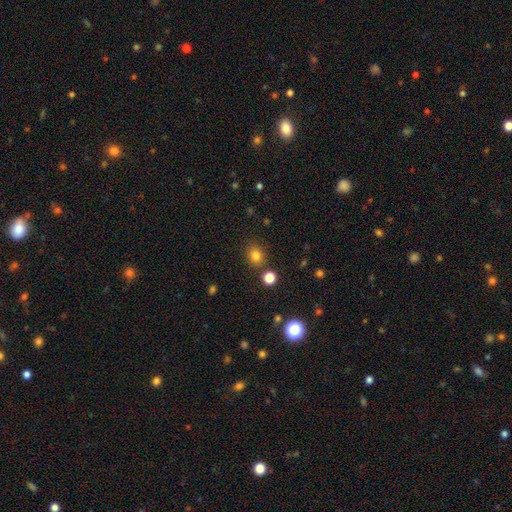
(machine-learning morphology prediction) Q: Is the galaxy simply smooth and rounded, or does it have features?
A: smooth — 81%.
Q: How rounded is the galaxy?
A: round — 63%.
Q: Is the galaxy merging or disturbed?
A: none — 80%.